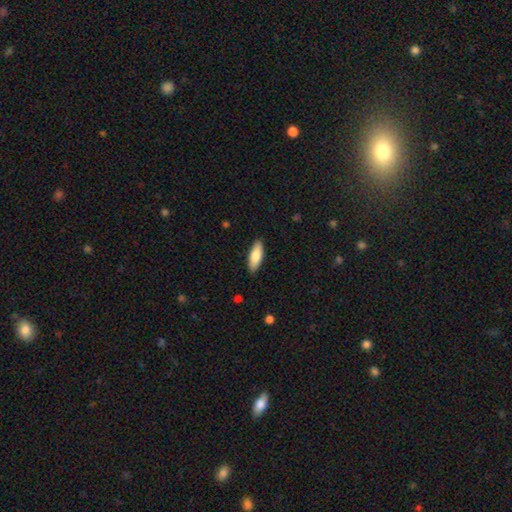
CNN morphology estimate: type=smooth (81%); roundness=in between (63%); merging=none (89%).